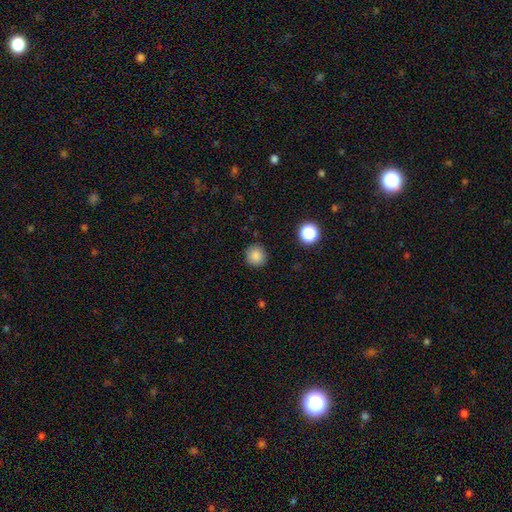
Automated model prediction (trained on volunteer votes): Smooth or featured?
  - smooth: 85% *
  - star or artifact: 11%
  - featured or disk: 4%
How rounded?
  - round: 92% *
  - in between: 7%
  - cigar-shaped: 1%
Merging?
  - none: 89% *
  - minor disturbance: 7%
  - major disturbance: 2%
  - merger: 1%